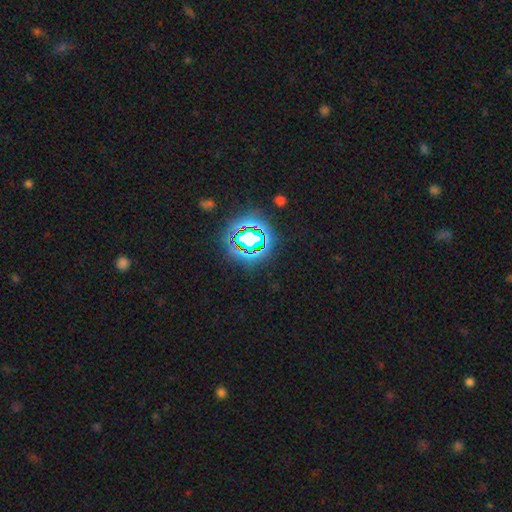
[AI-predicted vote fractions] Smooth or featured: star or artifact — 76% (smooth — 15%)